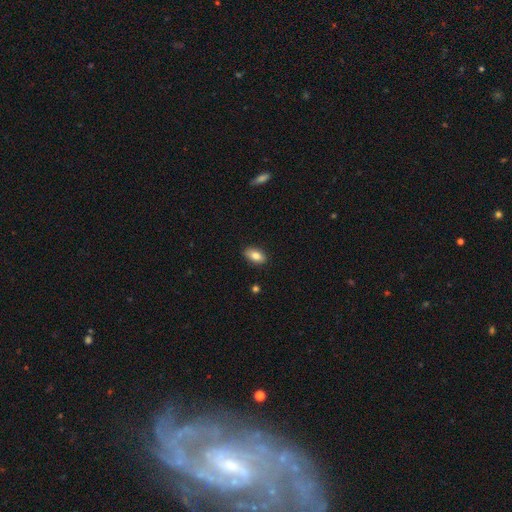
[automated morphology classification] Smooth or featured?
  - smooth: 81% *
  - featured or disk: 12%
  - star or artifact: 7%
How rounded?
  - in between: 90% *
  - round: 5%
  - cigar-shaped: 4%
Merging?
  - none: 87% *
  - minor disturbance: 10%
  - major disturbance: 2%
  - merger: 1%